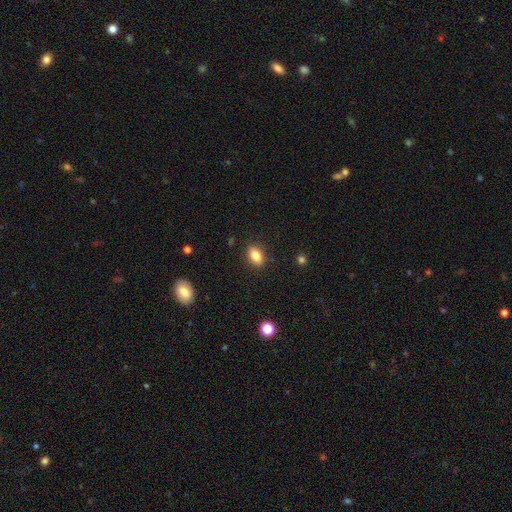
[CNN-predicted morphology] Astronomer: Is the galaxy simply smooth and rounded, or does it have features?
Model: smooth — 83%.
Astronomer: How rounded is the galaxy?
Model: in between — 84%.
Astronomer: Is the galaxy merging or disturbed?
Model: none — 88%.